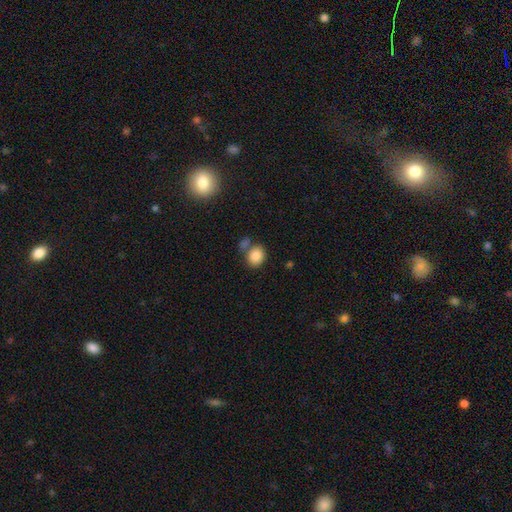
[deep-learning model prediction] A smooth galaxy with no disk features (86%) that is round (57%). Merging: none (61%).